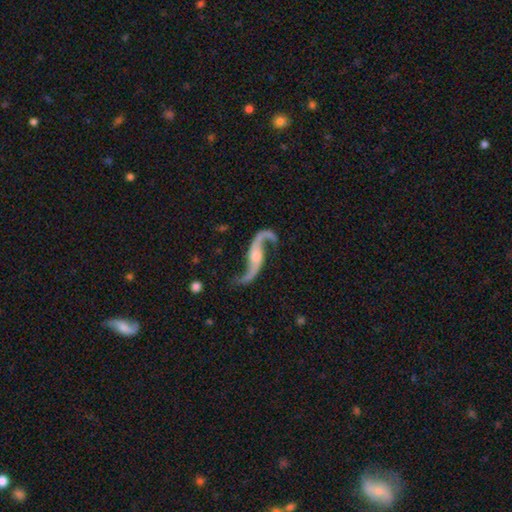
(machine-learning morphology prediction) Smooth or featured? featured or disk (91%)
Edge-on disk? no (92%)
Bar? no (49%)
Spiral arms? yes (97%)
Spiral winding? loose (86%)
Spiral arm count? 2 (94%)
Bulge size? moderate (42%)
Merging? none (73%)